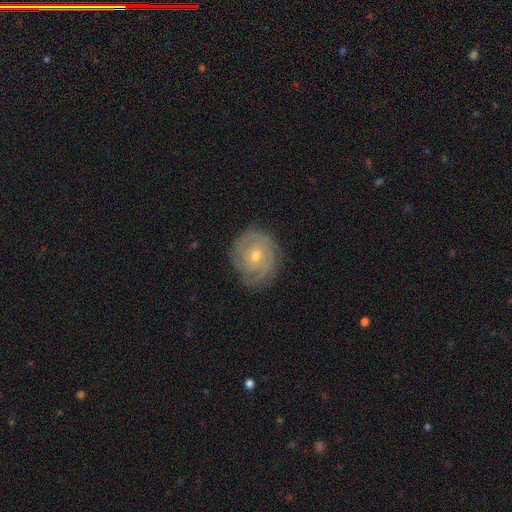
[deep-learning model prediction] Morphology: type=featured or disk (77%); edge-on=no (97%); bar=no (75%); spiral arms=yes (90%); winding=tight (77%); arm count=can't tell (37%); bulge=small (54%); merging=none (79%).